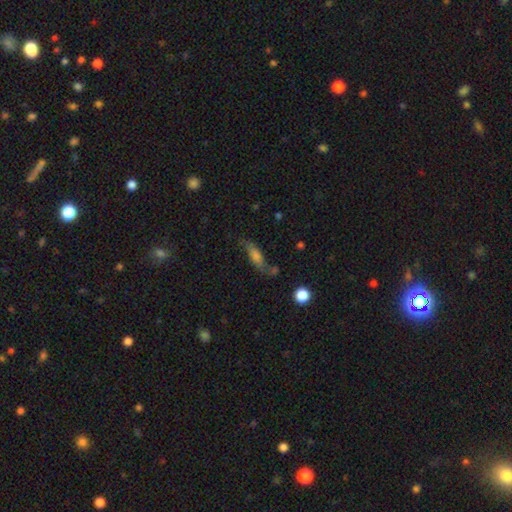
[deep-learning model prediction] A smooth galaxy with no disk features (56%) that is cigar-shaped (54%).

Vote fractions:
- Smooth or featured? smooth: 56% / featured or disk: 33% / star or artifact: 11%
- How rounded? cigar-shaped: 54% / in between: 41% / round: 5%
- Merging? none: 60% / minor disturbance: 22% / major disturbance: 9% / merger: 9%